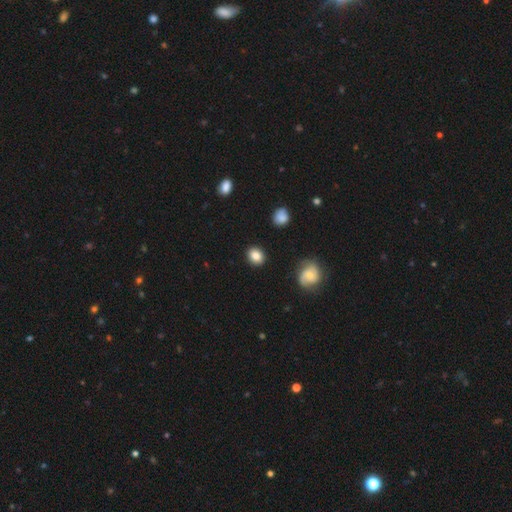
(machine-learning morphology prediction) Smooth or featured: smooth — 84% (star or artifact — 8%)
How rounded: round — 67% (in between — 32%)
Merging: none — 88% (minor disturbance — 8%)